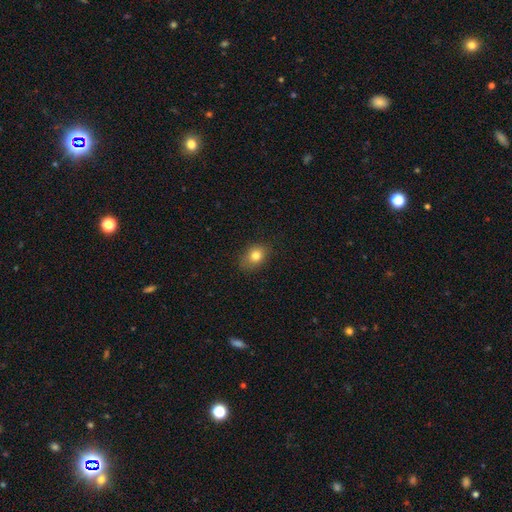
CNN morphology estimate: type=smooth (80%); roundness=in between (61%); merging=none (80%).